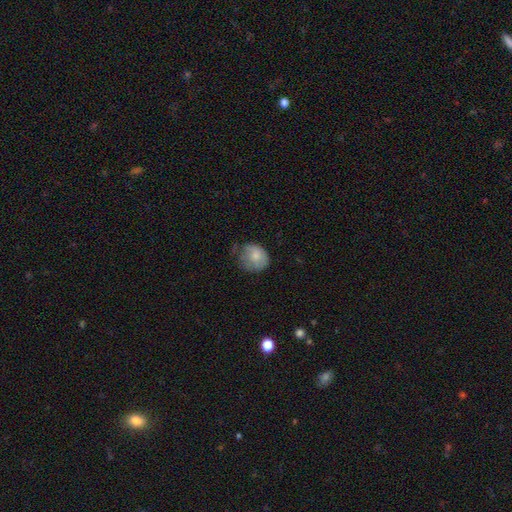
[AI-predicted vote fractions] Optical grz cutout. It shows a smooth galaxy with no disk features (75%) that is round (67%). Merging: none (43%).